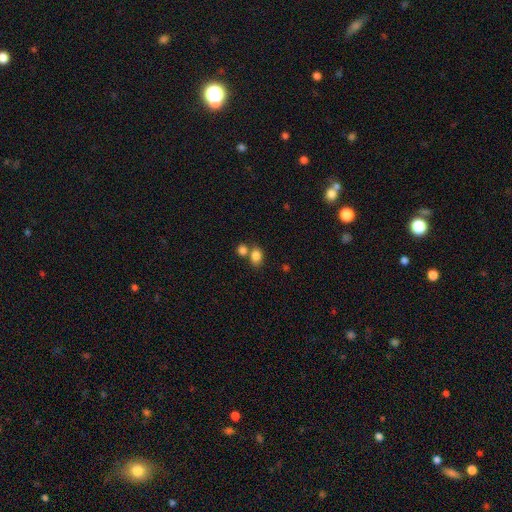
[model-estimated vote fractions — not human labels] The model was most divided on "merging": none: 47%, merger: 39%, minor disturbance: 10%, major disturbance: 4%. More confident: smooth or featured — smooth (82%); how rounded — in between (62%).